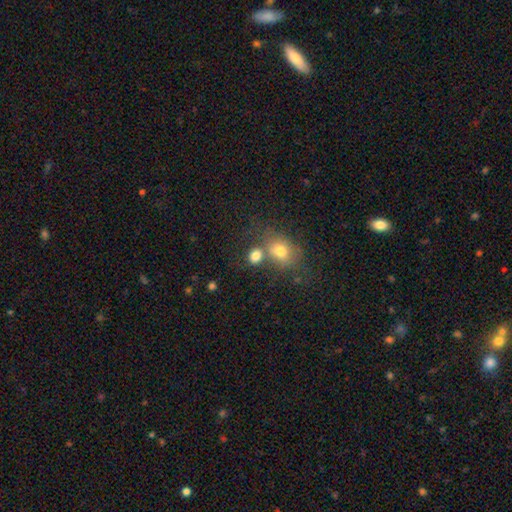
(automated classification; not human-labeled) This appears to be a smooth galaxy with no disk features (78%) that is in between round and cigar-shaped (53%). Merging: none (47%).